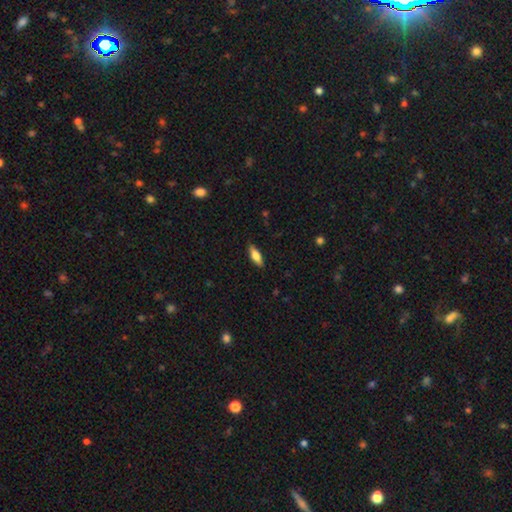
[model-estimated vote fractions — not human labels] Overall: smooth (73%). How rounded: in between (65%; cigar-shaped 32%). Merging: none (88%).